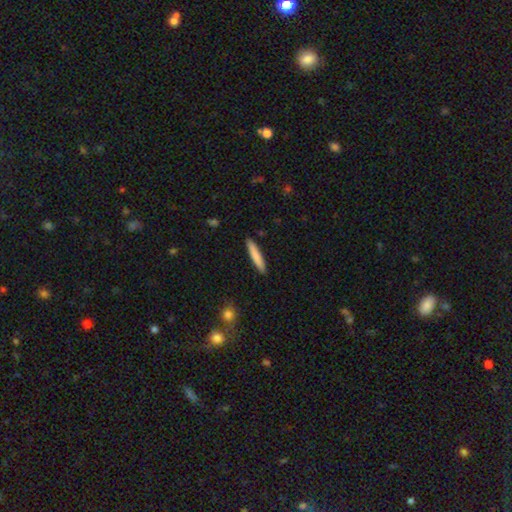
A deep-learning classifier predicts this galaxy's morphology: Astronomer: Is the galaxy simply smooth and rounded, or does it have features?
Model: smooth — 81%.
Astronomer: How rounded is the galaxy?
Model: cigar-shaped — 93%.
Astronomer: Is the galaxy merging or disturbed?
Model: none — 91%.